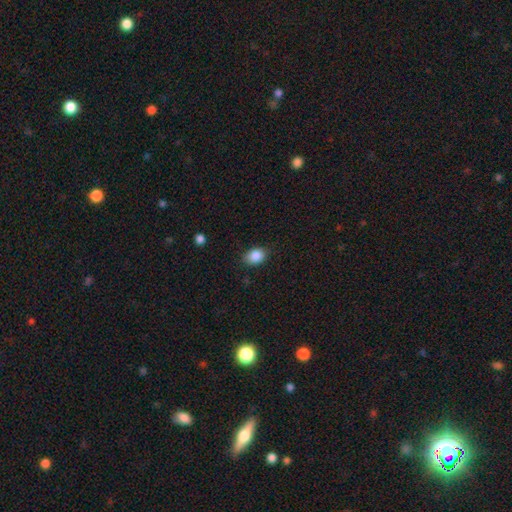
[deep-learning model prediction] Overall: smooth (87%). How rounded: in between (74%). Merging: none (82%).